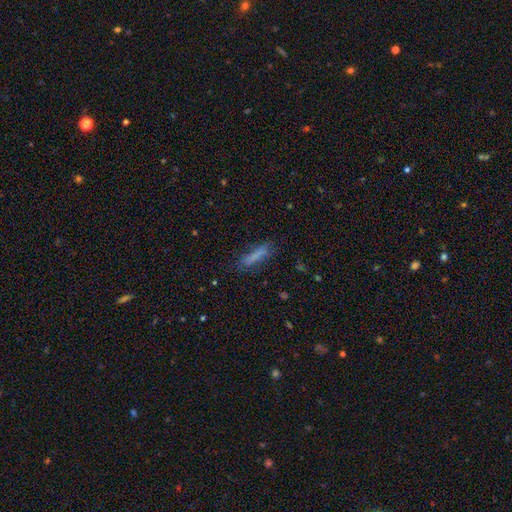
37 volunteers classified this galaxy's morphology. Overall: smooth (78%). How rounded: cigar-shaped (72%). Merging: none (83%).